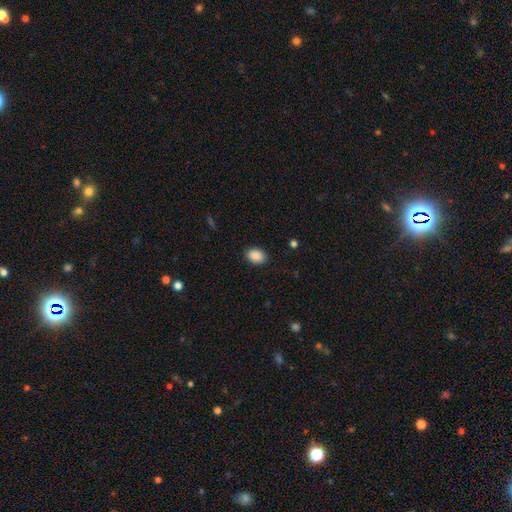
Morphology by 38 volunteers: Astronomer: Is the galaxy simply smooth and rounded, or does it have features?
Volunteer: smooth — 92%.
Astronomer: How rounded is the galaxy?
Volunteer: in between — 83%.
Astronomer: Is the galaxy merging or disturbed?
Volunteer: none — 91%.